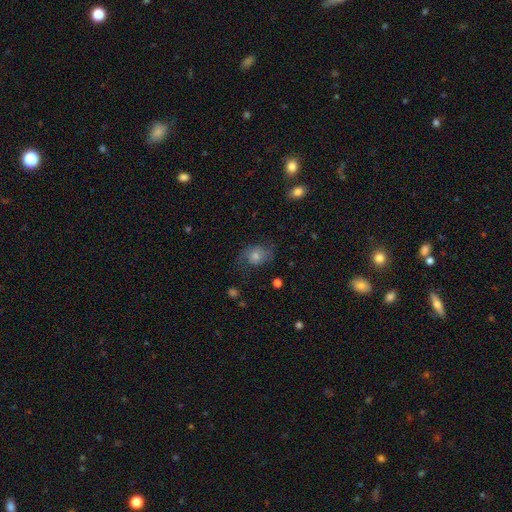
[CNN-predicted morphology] A featured or disk galaxy (44%). Merging: none (63%).